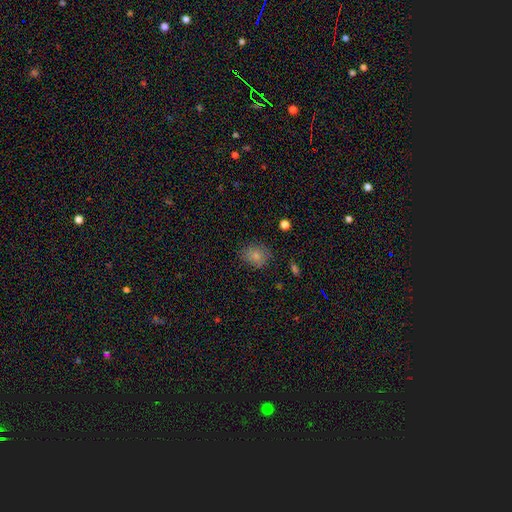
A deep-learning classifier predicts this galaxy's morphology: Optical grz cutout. It shows a smooth galaxy with no disk features (81%) that is round (60%). Merging: none (78%).